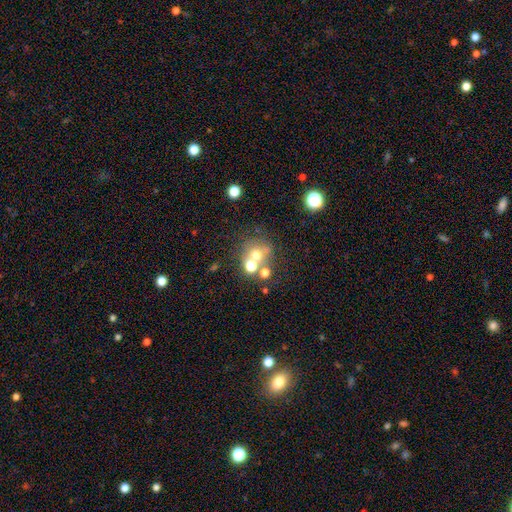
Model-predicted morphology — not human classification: smooth 58%, featured or disk 23%, star or artifact 20%. Down the decision tree: how rounded — round (80%); merging — none (45%).